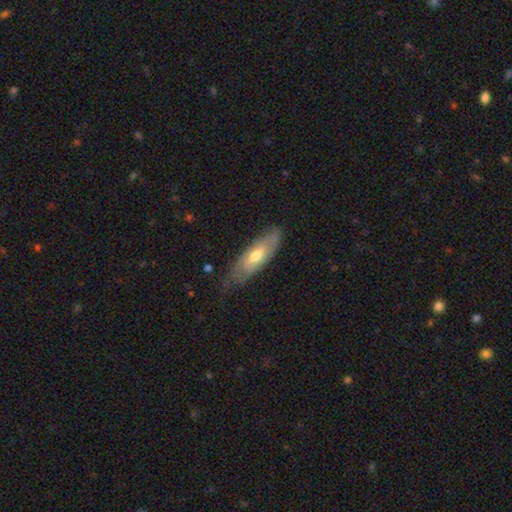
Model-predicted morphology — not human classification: A featured or disk galaxy (56%). Merging: none (69%).